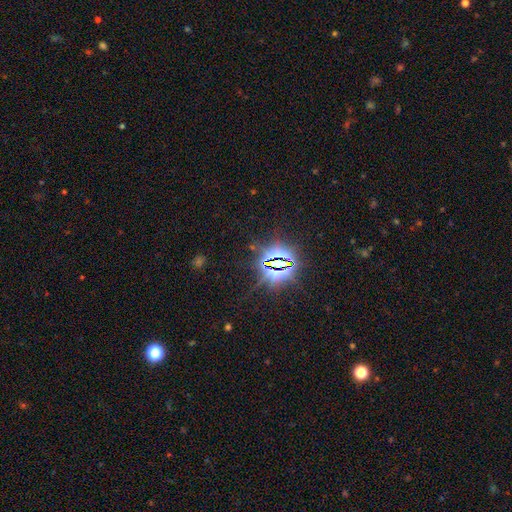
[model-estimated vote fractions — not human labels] smooth-or-featured: star or artifact: 83% | smooth: 10% | featured or disk: 7%